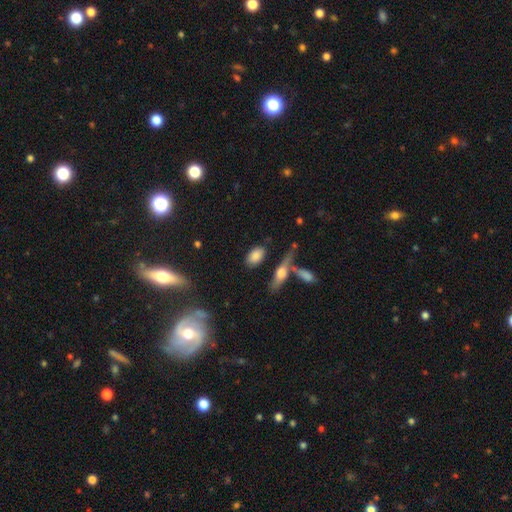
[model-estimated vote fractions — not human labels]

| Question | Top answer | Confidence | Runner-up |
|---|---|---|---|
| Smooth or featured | smooth | 81% | featured or disk (12%) |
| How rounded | in between | 90% | cigar-shaped (5%) |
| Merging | none | 71% | minor disturbance (13%) |